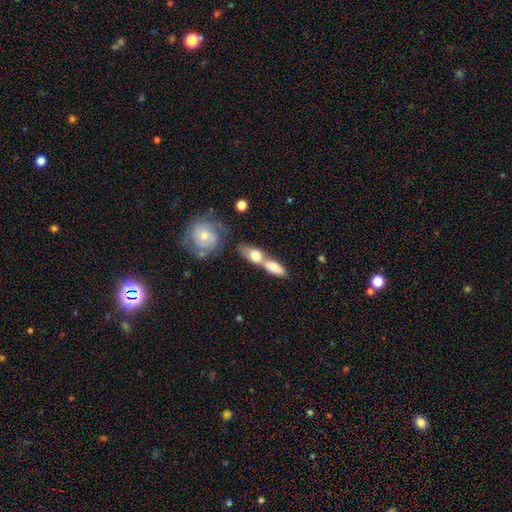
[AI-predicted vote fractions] This is likely a smooth galaxy (64%). How rounded: likely in between (68%). Merging: likely merger (64%).